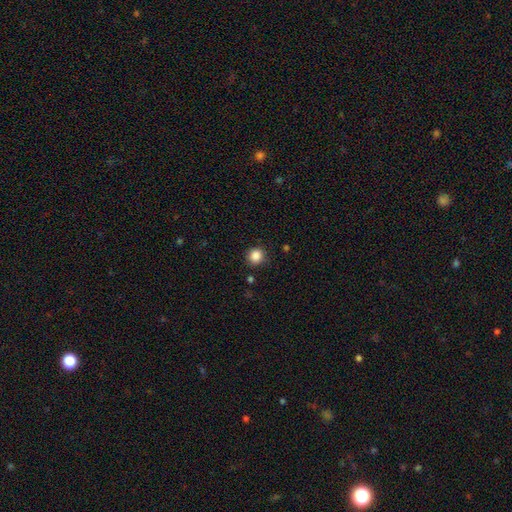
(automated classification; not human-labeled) This appears to be a smooth galaxy with no disk features (86%) that is round (92%). Merging: none (88%).